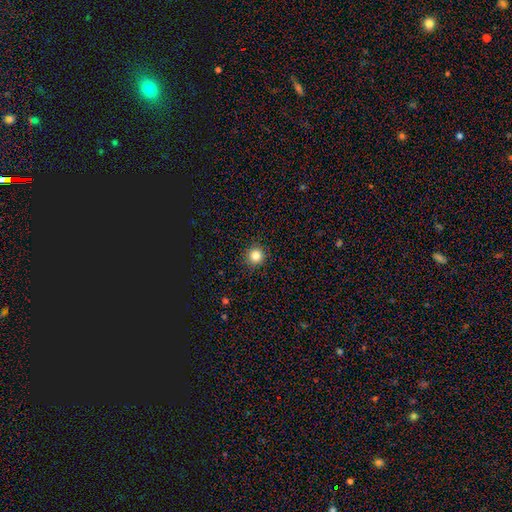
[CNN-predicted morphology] Overall: smooth (83%). How rounded: round (94%). Merging: none (91%).